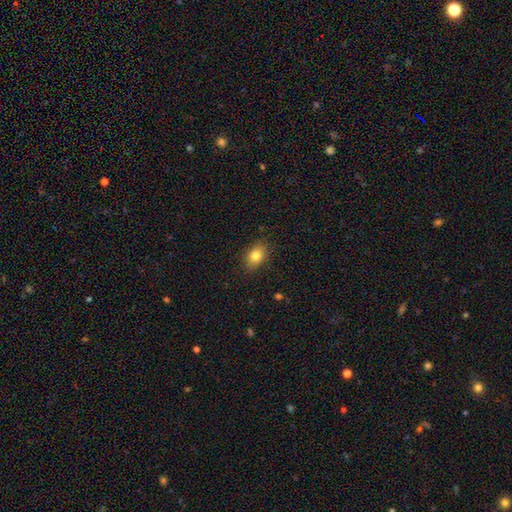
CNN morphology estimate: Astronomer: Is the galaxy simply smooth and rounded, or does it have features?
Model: smooth — 83%.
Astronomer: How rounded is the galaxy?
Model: in between — 76%.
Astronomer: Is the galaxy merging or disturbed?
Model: none — 86%.